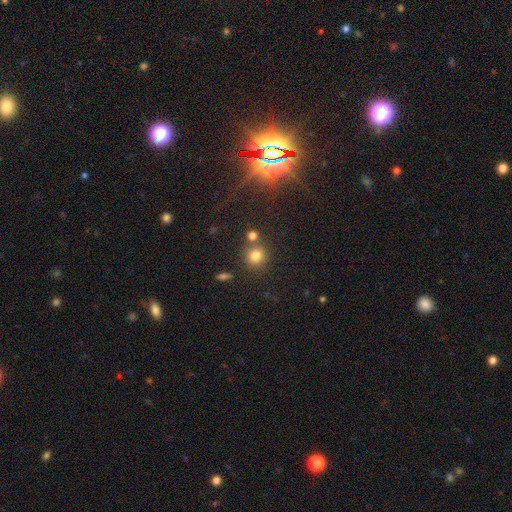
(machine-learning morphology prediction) A smooth galaxy with no disk features (78%) that is round (86%).

Vote fractions:
- Smooth or featured? smooth: 78% / star or artifact: 15% / featured or disk: 7%
- How rounded? round: 86% / in between: 12% / cigar-shaped: 1%
- Merging? none: 68% / merger: 18% / minor disturbance: 10% / major disturbance: 4%